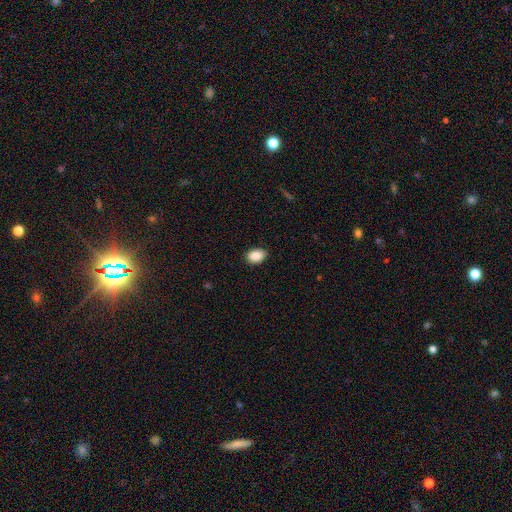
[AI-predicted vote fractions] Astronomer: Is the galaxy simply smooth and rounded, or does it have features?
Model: smooth — 89%.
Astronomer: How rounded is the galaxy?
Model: in between — 81%.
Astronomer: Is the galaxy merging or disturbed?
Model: none — 86%.